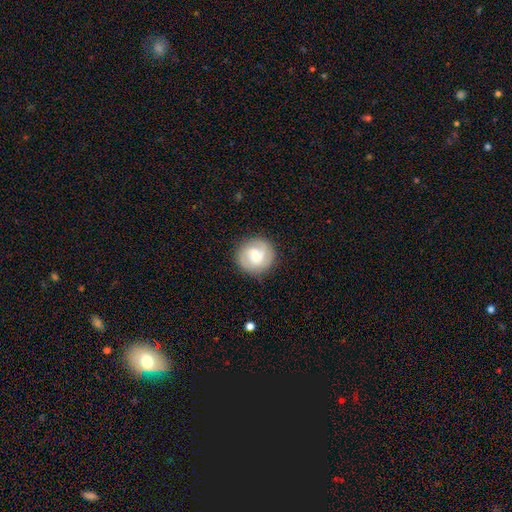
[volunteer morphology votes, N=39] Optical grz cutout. It shows a smooth galaxy with no disk features (51%) that is round (95%). Merging: none (89%).